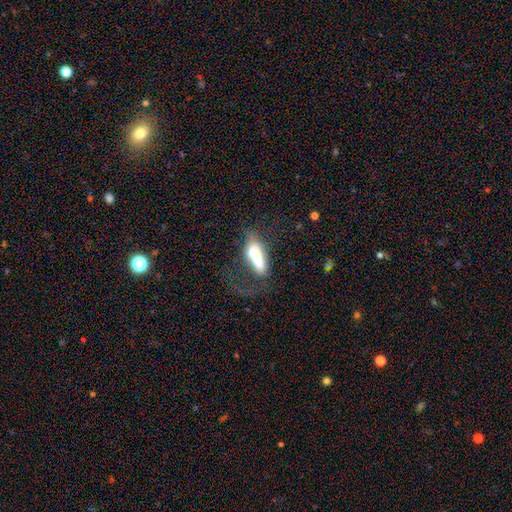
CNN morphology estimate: Smooth or featured? Predicted: smooth (p=0.58). How rounded? Predicted: in between (p=0.49). Merging? Predicted: major disturbance (p=0.47).